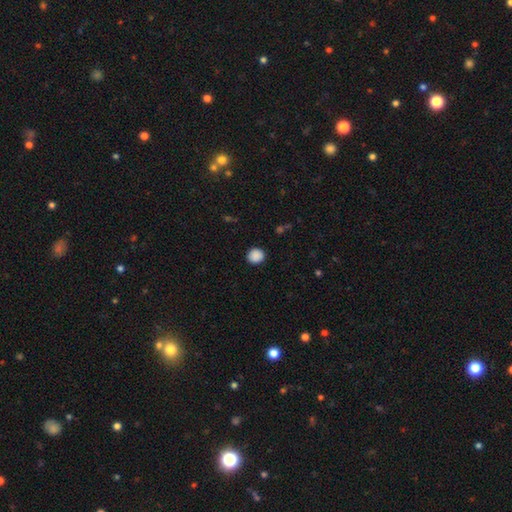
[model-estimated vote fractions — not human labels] Q: Smooth or featured?
A: smooth (89%); runner-up: star or artifact (8%)
Q: How rounded?
A: round (84%); runner-up: in between (16%)
Q: Merging?
A: none (90%); runner-up: minor disturbance (7%)